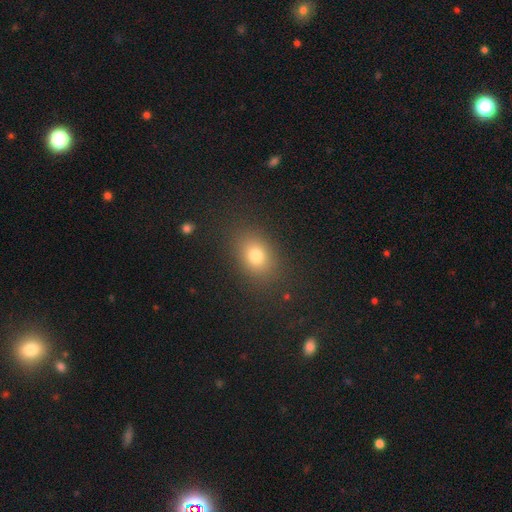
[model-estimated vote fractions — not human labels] Smooth or featured? Predicted: smooth (p=0.77). How rounded? Predicted: in between (p=0.62). Merging? Predicted: none (p=0.85).